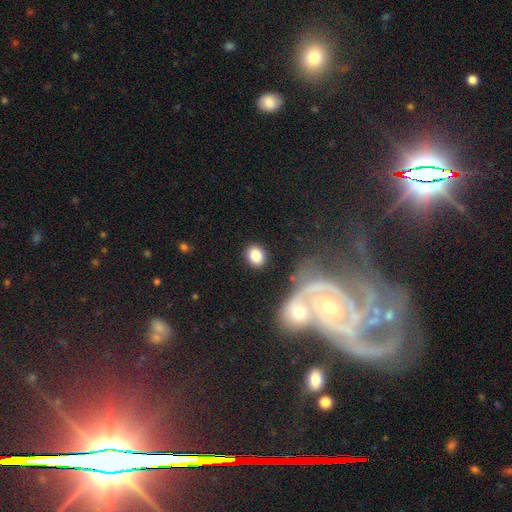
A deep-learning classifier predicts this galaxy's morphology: smooth-or-featured: smooth: 84% | featured or disk: 8% | star or artifact: 8%
  how-rounded: round: 57% | in between: 41% | cigar-shaped: 2%
  merging: none: 83% | minor disturbance: 9% | merger: 4% | major disturbance: 4%